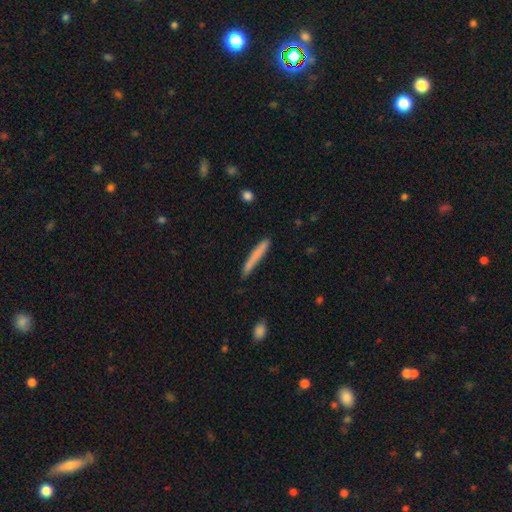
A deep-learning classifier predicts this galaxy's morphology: Smooth or featured?
  - smooth: 74% *
  - featured or disk: 20%
  - star or artifact: 6%
How rounded?
  - cigar-shaped: 96% *
  - in between: 2%
  - round: 1%
Merging?
  - none: 84% *
  - minor disturbance: 12%
  - major disturbance: 2%
  - merger: 2%